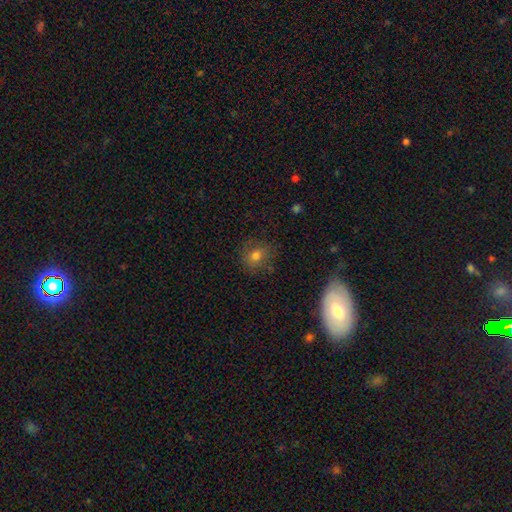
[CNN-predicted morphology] Smooth or featured? smooth (70%)
How rounded? round (73%)
Merging? none (77%)